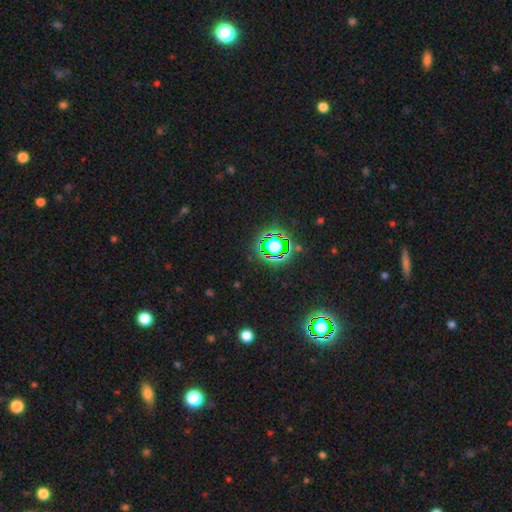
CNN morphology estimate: A star or artifact, not a galaxy (80%).

Vote fractions:
- Smooth or featured? star or artifact: 80% / smooth: 13% / featured or disk: 7%